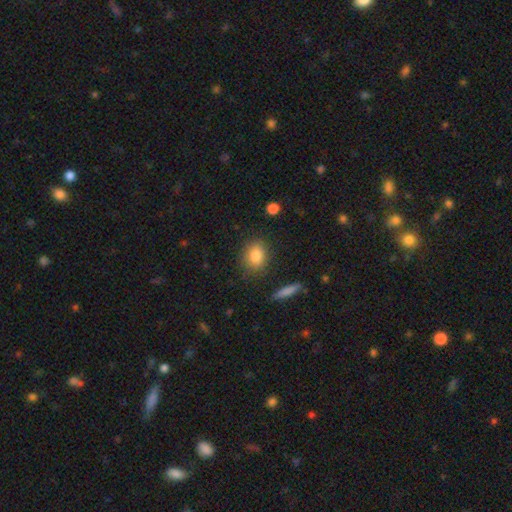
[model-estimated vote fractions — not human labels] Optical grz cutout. It shows a smooth galaxy with no disk features (84%) that is in between round and cigar-shaped (59%). Merging: none (83%).